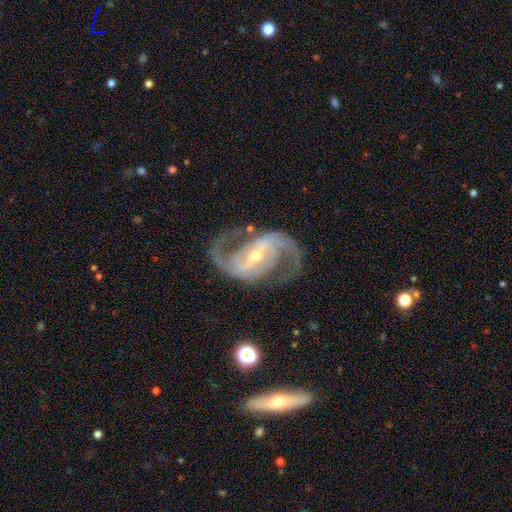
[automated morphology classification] The model was most divided on "bar": strong: 54%, weak: 33%, no: 13%. More confident: spiral arms — yes (98%); edge-on disk — no (97%); spiral arm count — 2 (93%); smooth or featured — featured or disk (92%); merging — none (78%); bulge size — small (61%); spiral winding — medium (57%).